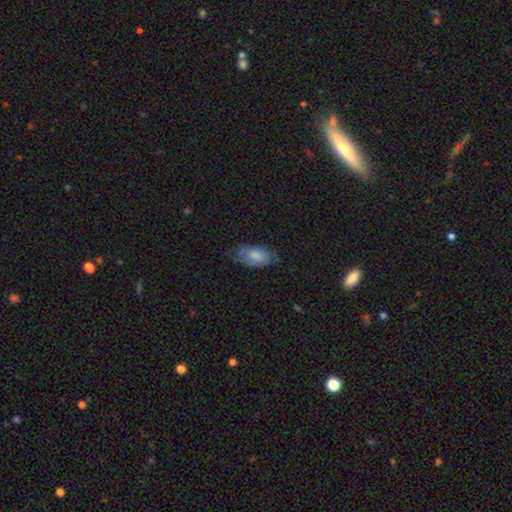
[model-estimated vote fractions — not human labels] Smooth or featured? smooth (73%)
How rounded? in between (93%)
Merging? none (56%)